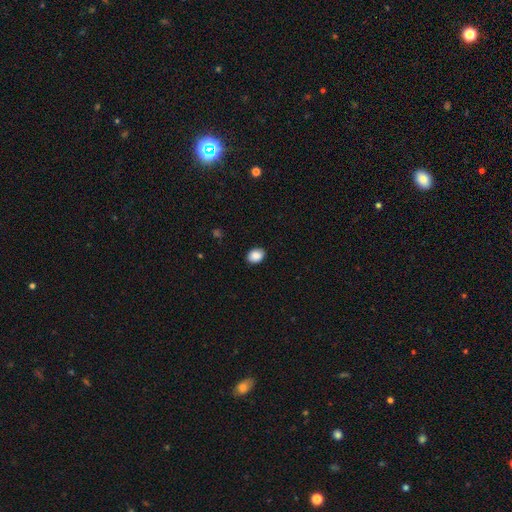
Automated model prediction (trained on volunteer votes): Q: Smooth or featured?
A: smooth (89%); runner-up: star or artifact (8%)
Q: How rounded?
A: in between (63%); runner-up: round (36%)
Q: Merging?
A: none (89%); runner-up: minor disturbance (8%)